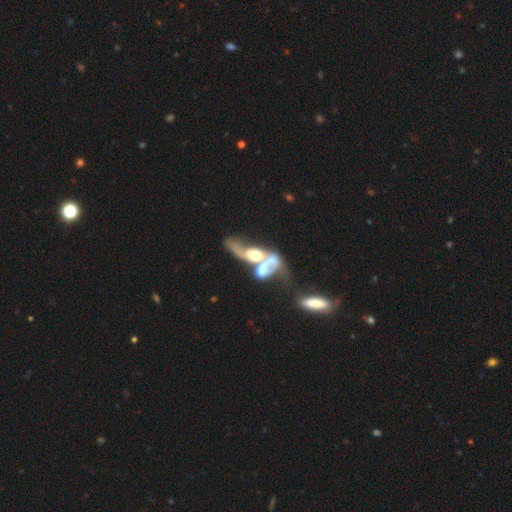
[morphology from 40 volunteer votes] smooth-or-featured: featured or disk: 70% | smooth: 28% | star or artifact: 2%
  disk-edge-on: no: 89% | yes: 11%
    bar: no: 60% | weak: 32% | strong: 8%
    has-spiral-arms: yes: 64% | no: 36%
      spiral-winding: loose: 81% | medium: 12% | tight: 6%
      spiral-arm-count: 2: 69% | 1: 19% | 3: 6% | can't tell: 6% | 4: 0% | more than 4: 0%
    bulge-size: large: 44% | moderate: 36% | small: 16% | none: 4% | dominant: 0%
  merging: merger: 82% | minor disturbance: 10% | major disturbance: 5% | none: 3%